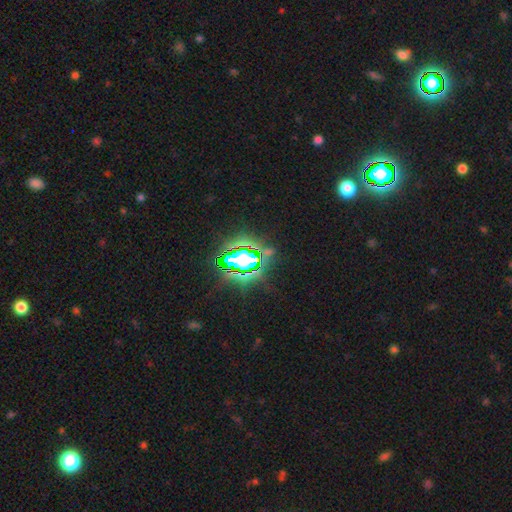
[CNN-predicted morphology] Overall: star or artifact (80%).